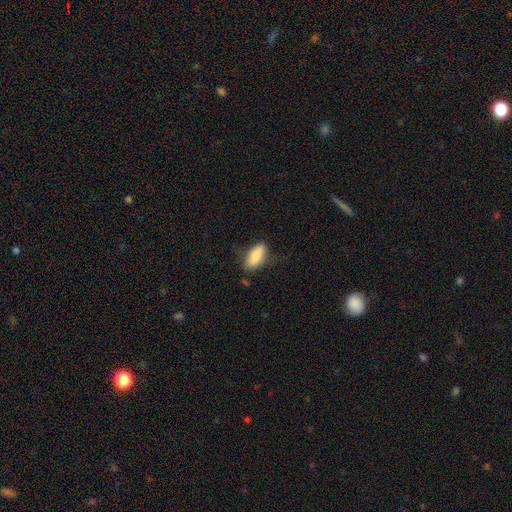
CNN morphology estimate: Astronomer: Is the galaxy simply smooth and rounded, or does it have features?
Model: smooth — 84%.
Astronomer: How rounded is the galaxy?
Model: in between — 82%.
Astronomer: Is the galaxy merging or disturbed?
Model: none — 69%.